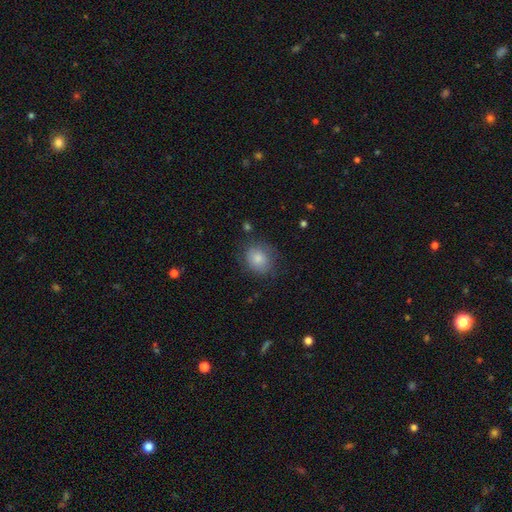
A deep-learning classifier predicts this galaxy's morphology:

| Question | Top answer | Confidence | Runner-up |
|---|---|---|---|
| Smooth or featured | smooth | 68% | star or artifact (16%) |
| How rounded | round | 69% | in between (30%) |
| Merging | none | 80% | minor disturbance (14%) |